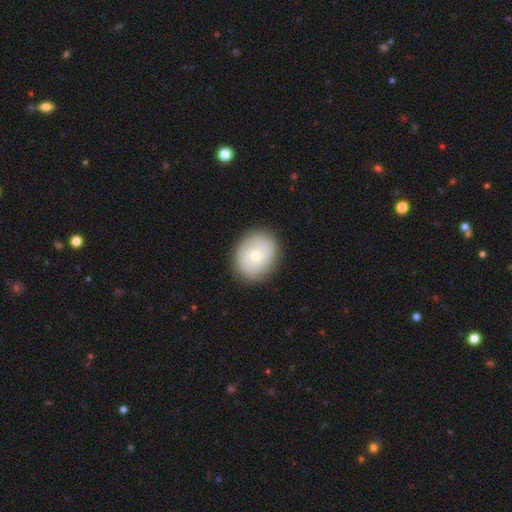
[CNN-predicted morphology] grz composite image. It shows a smooth galaxy with no disk features (55%) that is round (56%). Merging: none (86%).